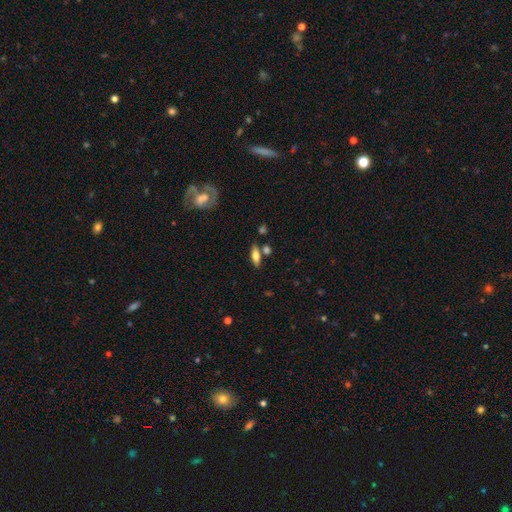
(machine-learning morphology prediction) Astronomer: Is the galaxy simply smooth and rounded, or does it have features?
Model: smooth — 63%.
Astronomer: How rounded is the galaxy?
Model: in between — 63%.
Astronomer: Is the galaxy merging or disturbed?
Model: none — 71%.